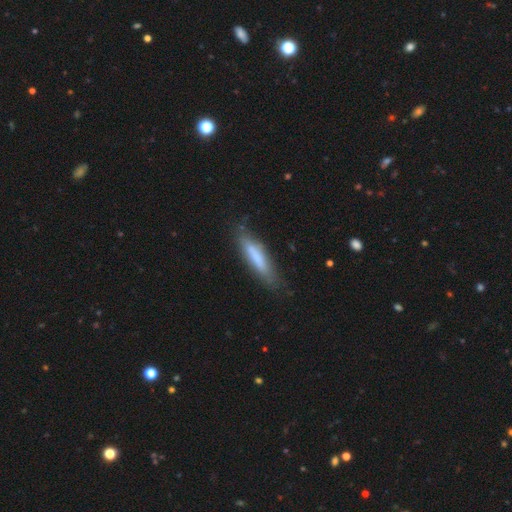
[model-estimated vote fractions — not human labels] smooth-or-featured: smooth: 70% | featured or disk: 23% | star or artifact: 7%
  how-rounded: cigar-shaped: 80% | in between: 18% | round: 1%
  merging: none: 77% | minor disturbance: 17% | major disturbance: 4% | merger: 2%